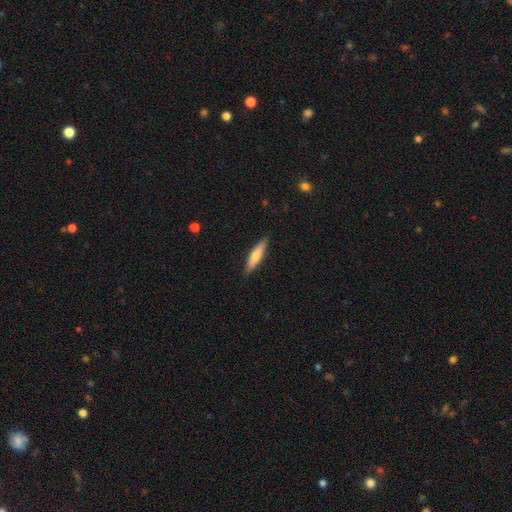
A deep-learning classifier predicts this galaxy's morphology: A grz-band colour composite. It shows a smooth galaxy with no disk features (63%) that is cigar-shaped (80%). Merging: none (88%).